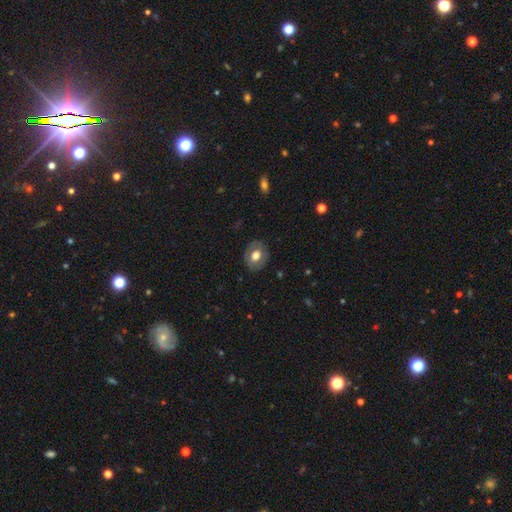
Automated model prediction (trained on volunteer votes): This appears to be a smooth galaxy with no disk features (57%) that is in between round and cigar-shaped (51%). Merging: none (83%).